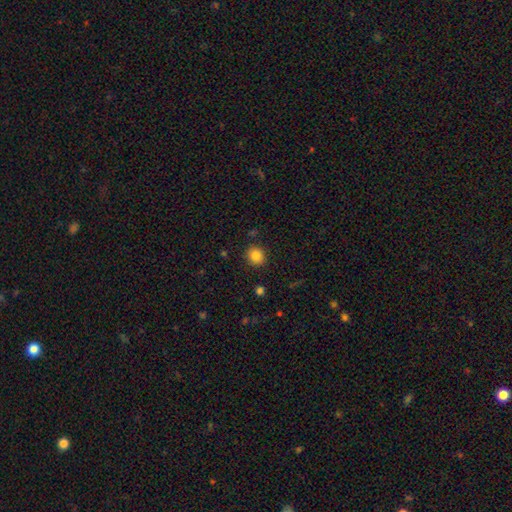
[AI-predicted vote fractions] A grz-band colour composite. It shows a smooth galaxy with no disk features (84%) that is round (86%). Merging: none (89%).